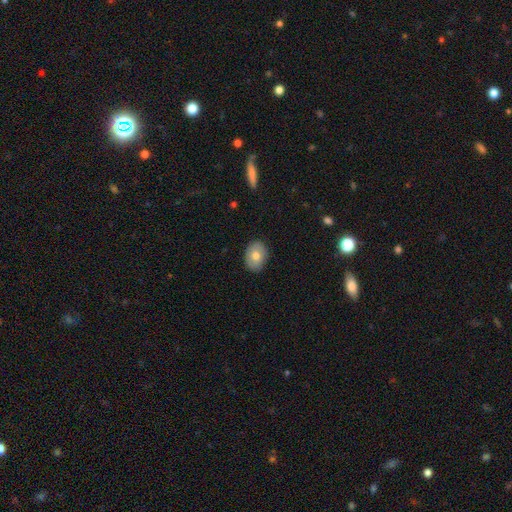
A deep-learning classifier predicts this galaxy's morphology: smooth_or_featured: smooth (p=0.74) [alt: featured or disk p=0.19]
how_rounded: in between (p=0.77) [alt: round p=0.22]
merging: none (p=0.87) [alt: minor disturbance p=0.10]